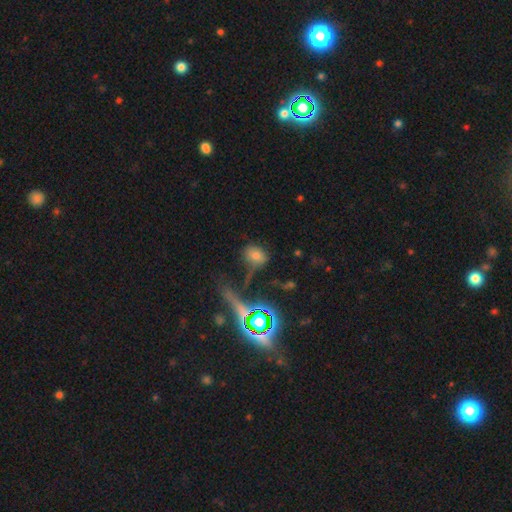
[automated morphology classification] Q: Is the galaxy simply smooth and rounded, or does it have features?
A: smooth — 60%.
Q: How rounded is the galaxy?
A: round — 52%.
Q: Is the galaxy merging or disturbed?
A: none — 58%.